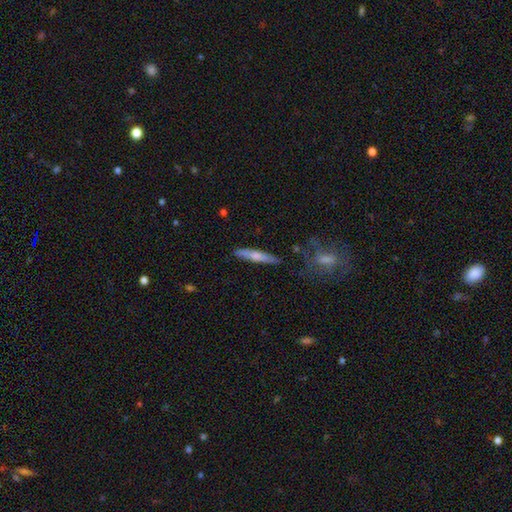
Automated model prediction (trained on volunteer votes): Smooth or featured? smooth (62%)
How rounded? cigar-shaped (90%)
Merging? none (83%)